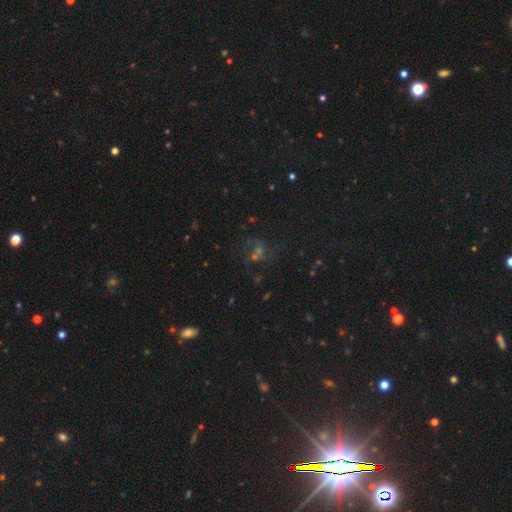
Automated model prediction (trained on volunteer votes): Overall: star or artifact (46%; featured or disk 28%).